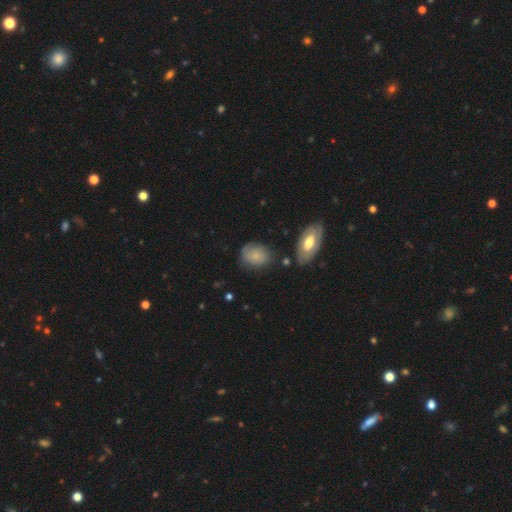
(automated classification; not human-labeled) Smooth or featured? Predicted: smooth (p=0.67). How rounded? Predicted: in between (p=0.55). Merging? Predicted: none (p=0.64).